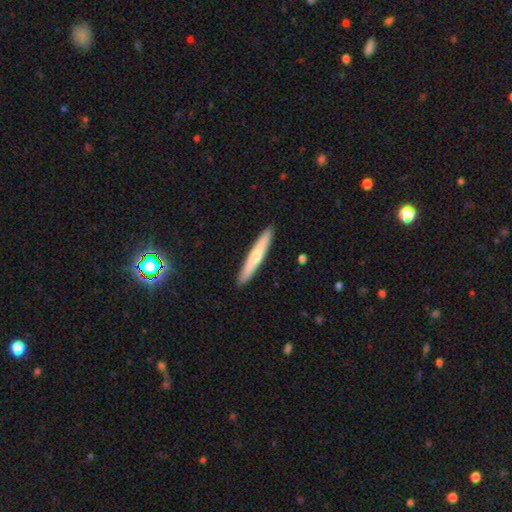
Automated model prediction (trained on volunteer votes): A smooth galaxy with no disk features (58%) that is cigar-shaped (94%).

Vote fractions:
- Smooth or featured? smooth: 58% / featured or disk: 38% / star or artifact: 5%
- How rounded? cigar-shaped: 94% / in between: 4% / round: 1%
- Merging? none: 92% / minor disturbance: 6% / major disturbance: 1% / merger: 1%